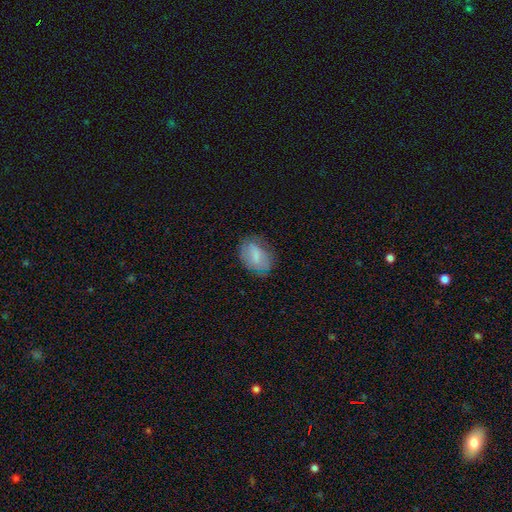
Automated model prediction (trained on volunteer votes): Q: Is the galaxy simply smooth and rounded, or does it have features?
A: smooth — 71%.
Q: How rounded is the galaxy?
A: in between — 83%.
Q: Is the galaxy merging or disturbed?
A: none — 69%.